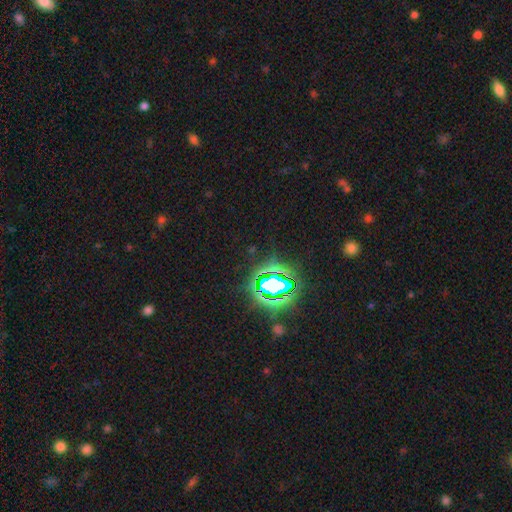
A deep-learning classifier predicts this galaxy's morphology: Q: Smooth or featured?
A: star or artifact (79%); runner-up: smooth (13%)